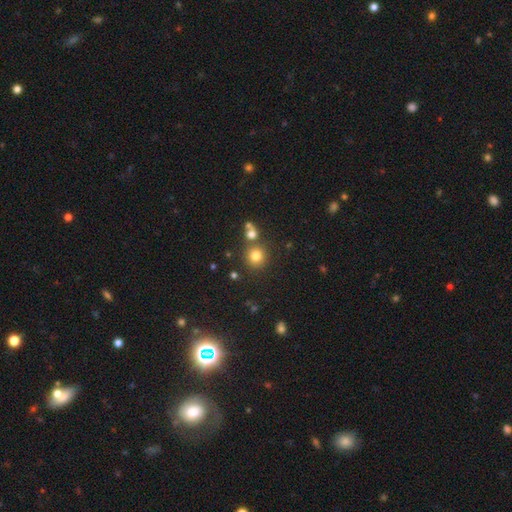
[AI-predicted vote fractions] Overall: smooth (77%). How rounded: round (91%). Merging: none (74%).